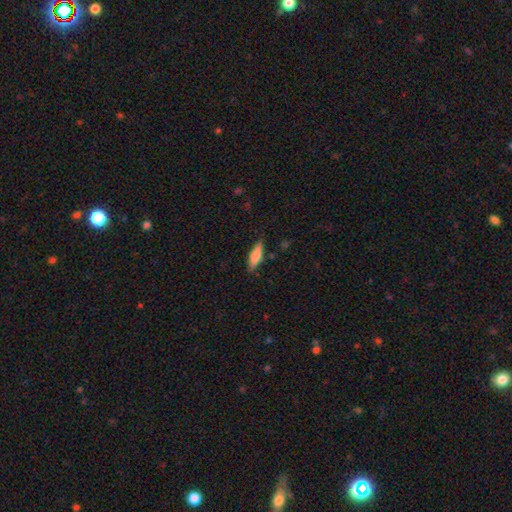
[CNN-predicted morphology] Smooth or featured? Predicted: smooth (p=0.78). How rounded? Predicted: cigar-shaped (p=0.52). Merging? Predicted: none (p=0.82).